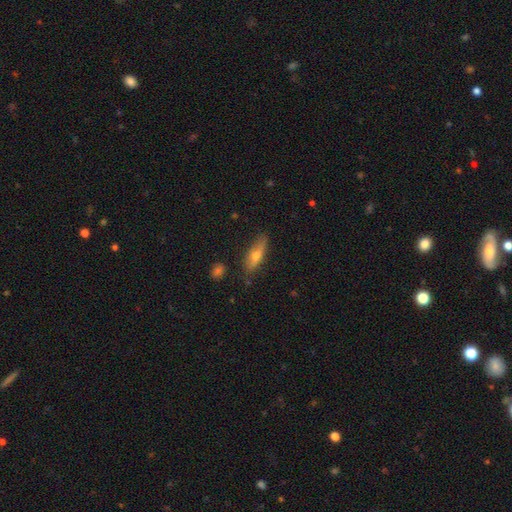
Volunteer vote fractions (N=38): smooth_or_featured: smooth (p=0.53) [alt: featured or disk p=0.42]
how_rounded: cigar-shaped (p=0.70) [alt: in between p=0.30]
merging: none (p=0.89) [alt: minor disturbance p=0.08]